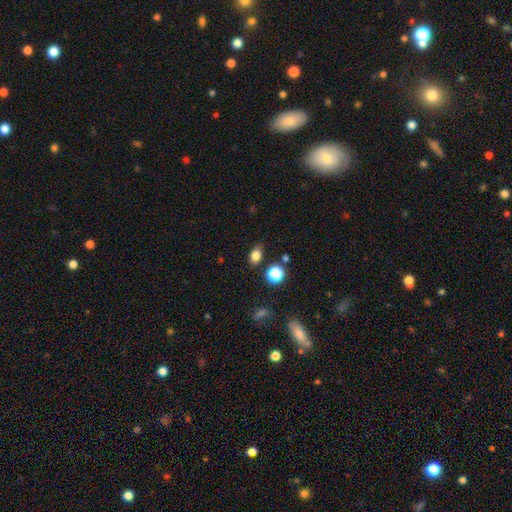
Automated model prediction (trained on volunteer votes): smooth 80%, star or artifact 13%, featured or disk 6%. Down the decision tree: how rounded — in between (74%); merging — none (80%).